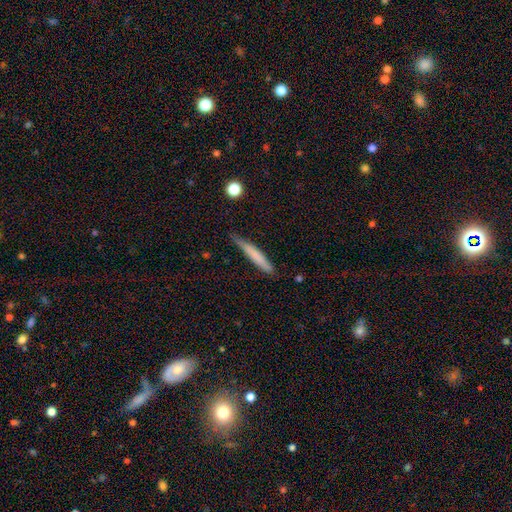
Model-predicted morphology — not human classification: smooth_or_featured: smooth (p=0.69) [alt: featured or disk p=0.25]
how_rounded: cigar-shaped (p=0.95) [alt: in between p=0.04]
merging: none (p=0.73) [alt: minor disturbance p=0.21]